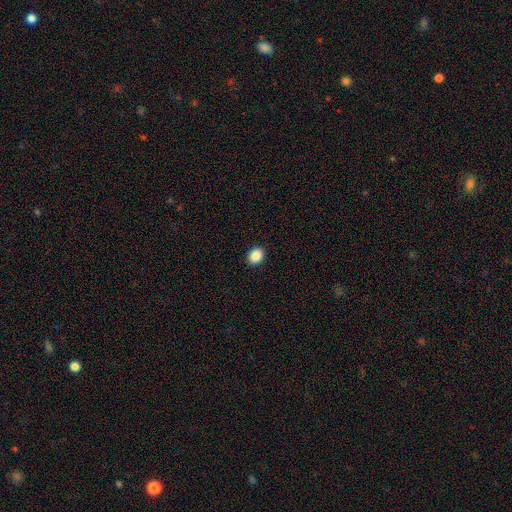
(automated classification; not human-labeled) Smooth or featured?
  - smooth: 89% *
  - star or artifact: 9%
  - featured or disk: 3%
How rounded?
  - in between: 50% *
  - round: 49%
  - cigar-shaped: 1%
Merging?
  - none: 92% *
  - minor disturbance: 6%
  - major disturbance: 2%
  - merger: 1%